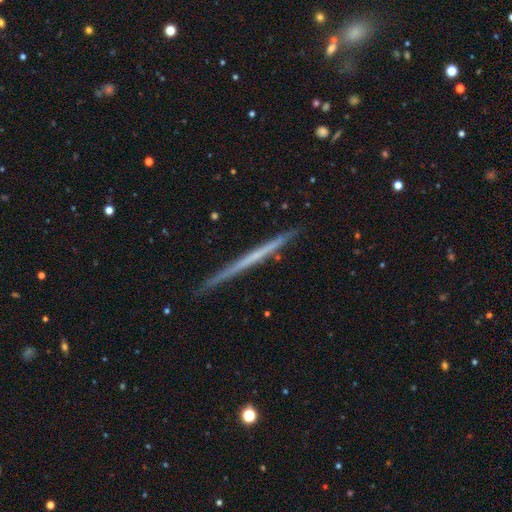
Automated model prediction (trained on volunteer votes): Q: Smooth or featured?
A: featured or disk (62%); runner-up: smooth (32%)
Q: Edge-on disk?
A: yes (98%); runner-up: no (2%)
Q: Edge-on bulge?
A: none (92%); runner-up: rounded (6%)
Q: Merging?
A: none (91%); runner-up: minor disturbance (7%)